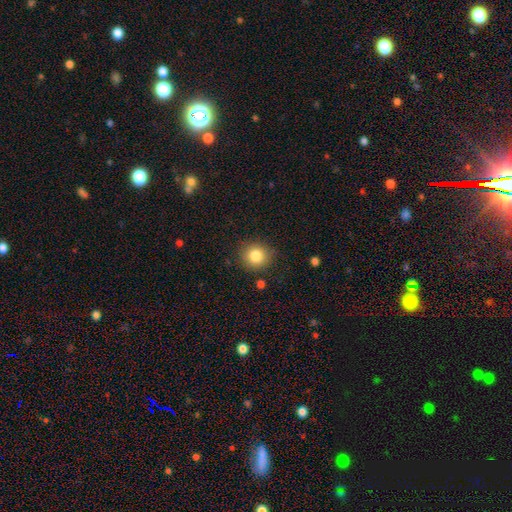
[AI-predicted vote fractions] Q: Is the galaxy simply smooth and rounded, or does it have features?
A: smooth — 83%.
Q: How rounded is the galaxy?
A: round — 86%.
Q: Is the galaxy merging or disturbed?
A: none — 86%.